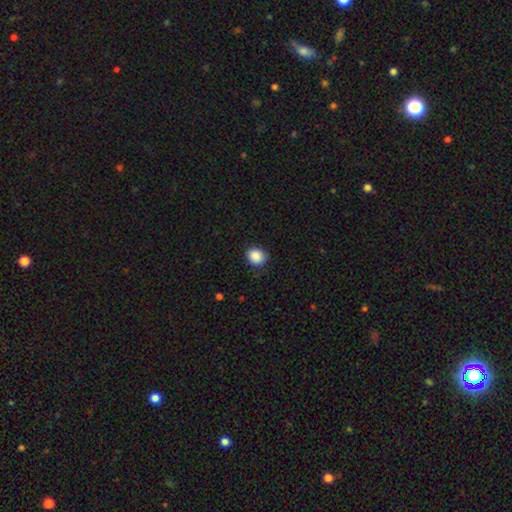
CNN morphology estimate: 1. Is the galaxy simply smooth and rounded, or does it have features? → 87% smooth, 9% star or artifact, 4% featured or disk.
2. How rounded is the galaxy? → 76% round, 23% in between, 1% cigar-shaped.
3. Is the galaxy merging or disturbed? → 84% none, 13% minor disturbance, 3% major disturbance, 1% merger.